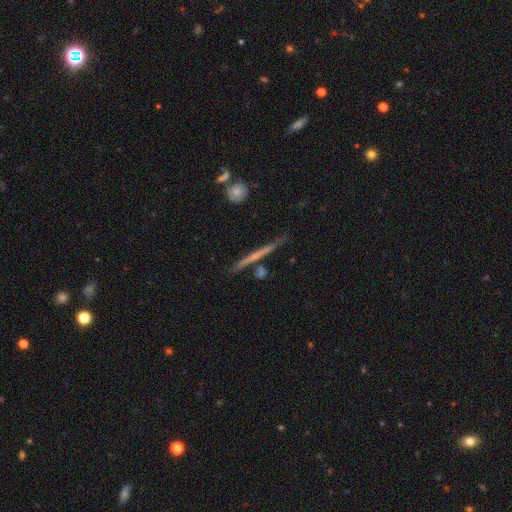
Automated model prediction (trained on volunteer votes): A featured or disk galaxy (62%) viewed edge-on (96%) with no central bulge (76%). Merging: none (80%).